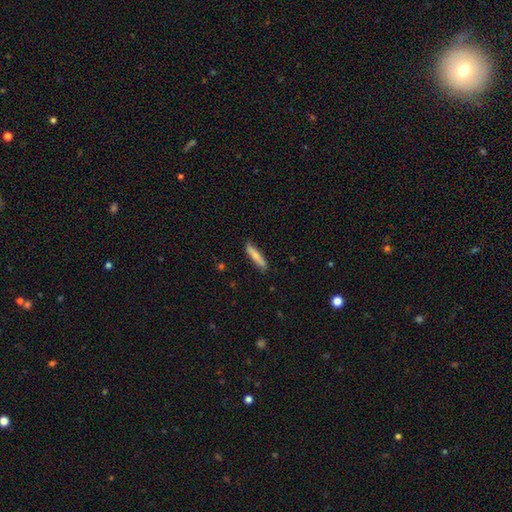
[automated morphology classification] type=smooth (71%); roundness=cigar-shaped (85%); merging=none (84%).